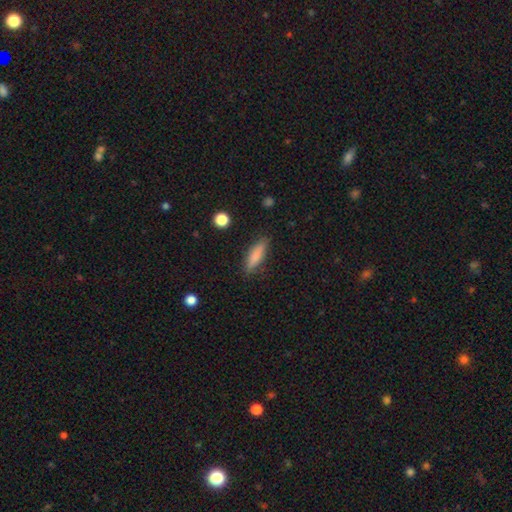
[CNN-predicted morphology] smooth_or_featured: smooth (p=0.81) [alt: featured or disk p=0.12]
how_rounded: cigar-shaped (p=0.62) [alt: in between p=0.36]
merging: none (p=0.84) [alt: minor disturbance p=0.12]